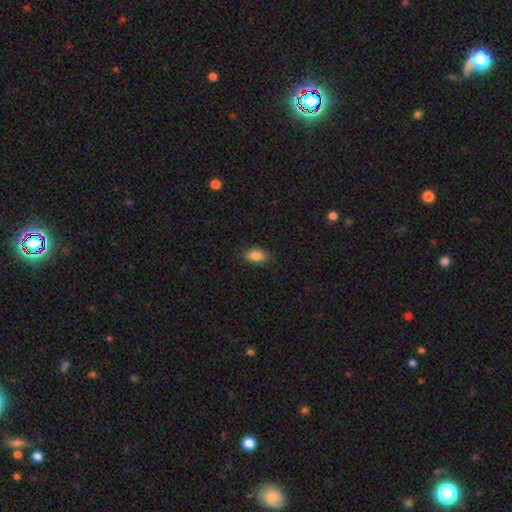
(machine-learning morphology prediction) Smooth or featured? Predicted: smooth (p=0.87). How rounded? Predicted: in between (p=0.90). Merging? Predicted: none (p=0.86).